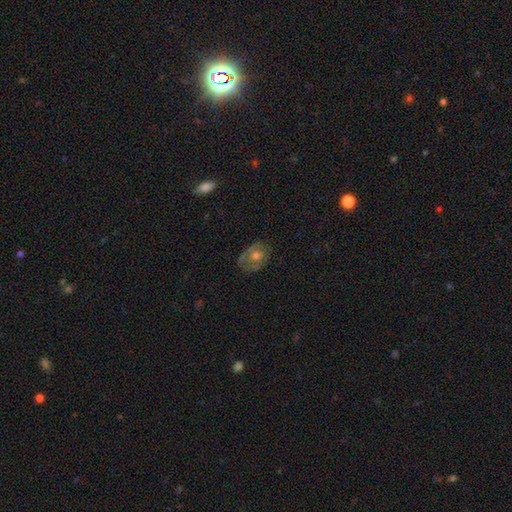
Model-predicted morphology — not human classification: type=featured or disk (52%); edge-on=no (94%); merging=none (66%).